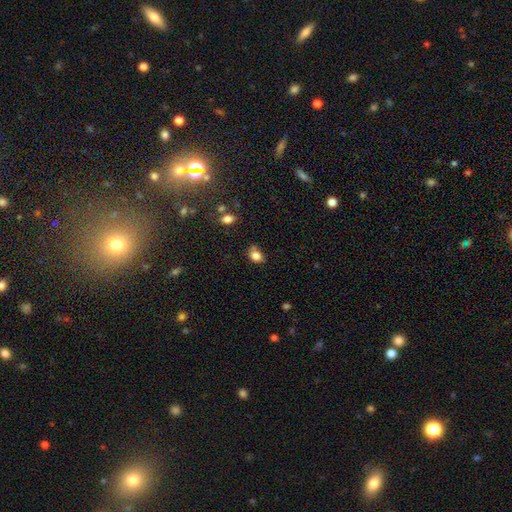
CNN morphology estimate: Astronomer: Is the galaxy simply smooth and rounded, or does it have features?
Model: smooth — 81%.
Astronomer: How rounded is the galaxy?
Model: in between — 55% (runner-up: round, 44%).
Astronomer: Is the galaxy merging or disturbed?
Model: none — 59%.